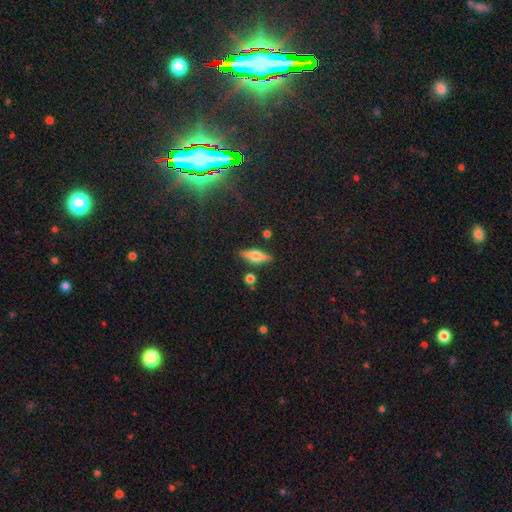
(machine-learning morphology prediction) Smooth or featured? featured or disk (48%)
Merging? none (84%)